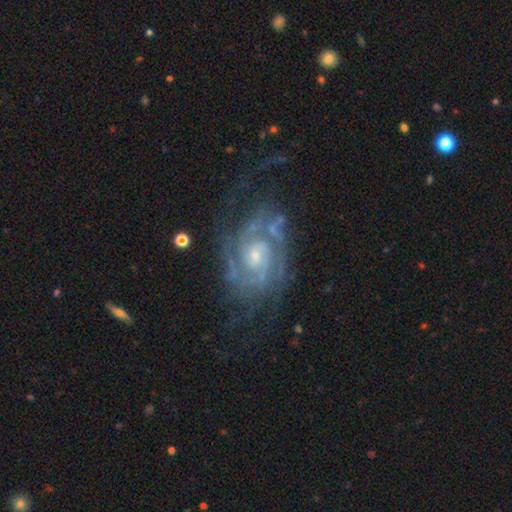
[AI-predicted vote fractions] This is clearly a featured or disk galaxy (89%). It is clearly not viewed edge-on (97%). Bar: likely no (62%). Spiral arm pattern: clearly yes (97%). Spiral arm count: possibly 2 (56%). Spiral winding: likely tight (63%). Central bulge: possibly small (56%). Merging: likely none (66%).